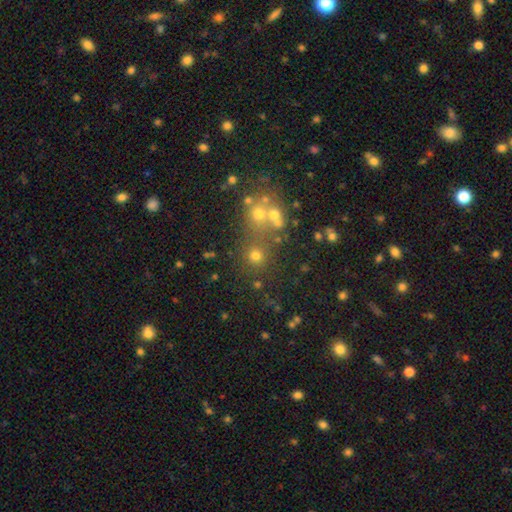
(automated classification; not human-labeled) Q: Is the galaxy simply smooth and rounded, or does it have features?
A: smooth — 70%.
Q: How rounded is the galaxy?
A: round — 89%.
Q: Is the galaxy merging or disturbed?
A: none — 67%.